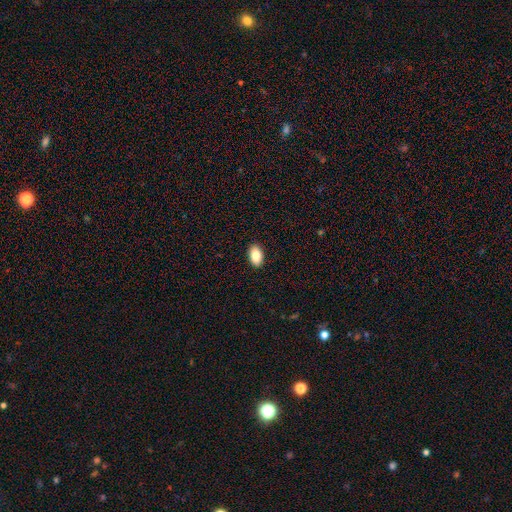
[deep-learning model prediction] Overall: smooth (85%). How rounded: in between (92%). Merging: none (90%).